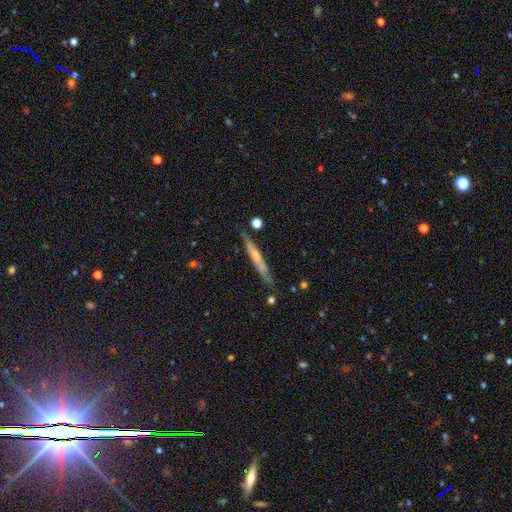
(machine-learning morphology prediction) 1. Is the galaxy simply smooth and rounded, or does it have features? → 58% featured or disk, 35% smooth, 8% star or artifact.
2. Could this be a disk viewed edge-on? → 92% yes, 8% no.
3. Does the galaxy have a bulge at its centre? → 48% none, 46% rounded, 6% boxy.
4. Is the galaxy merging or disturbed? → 79% none, 15% minor disturbance, 3% merger, 3% major disturbance.